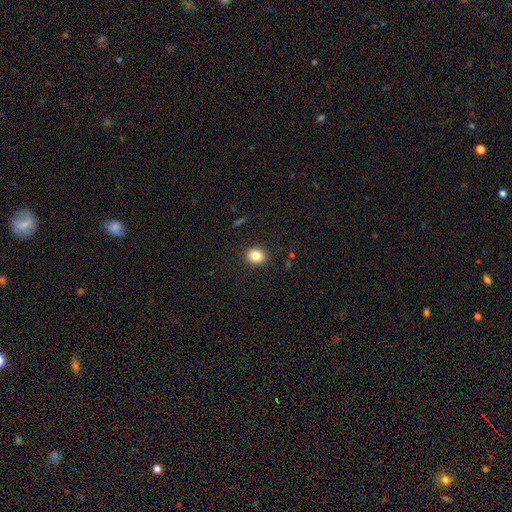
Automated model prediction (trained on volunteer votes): This is clearly a smooth galaxy (84%). How rounded: possibly round (56%). Merging: clearly none (89%).